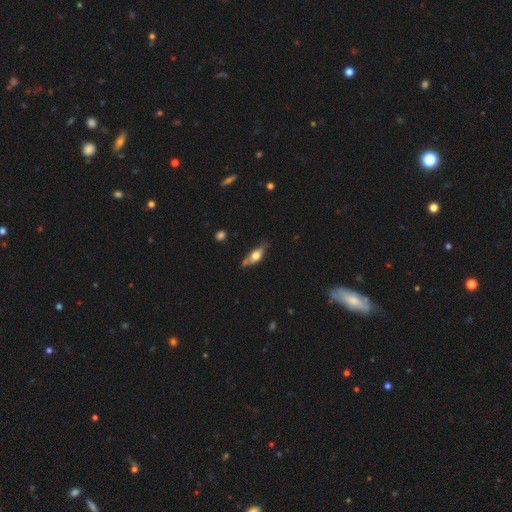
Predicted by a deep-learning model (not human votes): This is possibly a featured or disk galaxy (52%). It is clearly viewed edge-on (82%). Merging: likely none (67%).